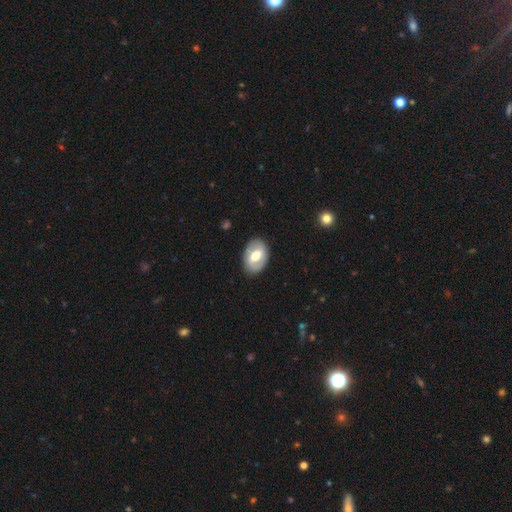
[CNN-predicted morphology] smooth-or-featured: smooth: 50% | featured or disk: 44% | star or artifact: 6%
  merging: none: 86% | minor disturbance: 10% | major disturbance: 3% | merger: 1%